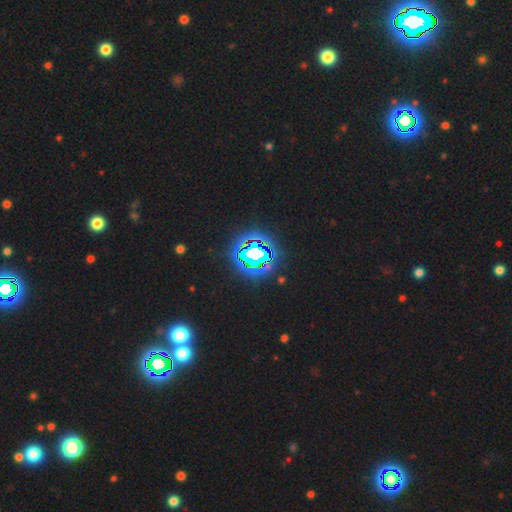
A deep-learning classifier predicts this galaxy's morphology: This is clearly a star or artifact rather than a galaxy (81%).